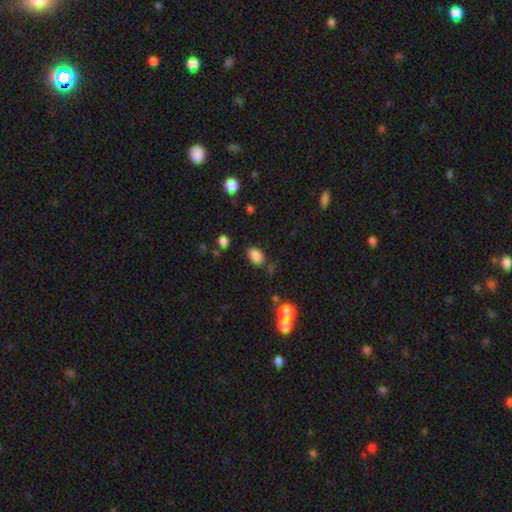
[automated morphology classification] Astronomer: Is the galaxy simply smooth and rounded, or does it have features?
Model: smooth — 86%.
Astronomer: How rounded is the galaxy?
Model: in between — 86%.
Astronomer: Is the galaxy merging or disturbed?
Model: none — 79%.